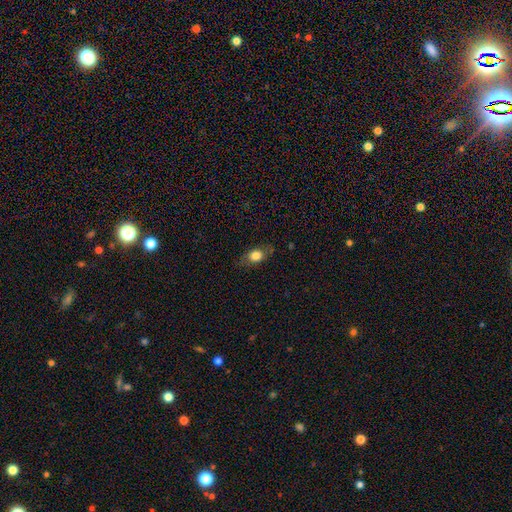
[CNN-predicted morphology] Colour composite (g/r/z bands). It shows a smooth galaxy with no disk features (77%) that is in between round and cigar-shaped (70%). Merging: none (75%).